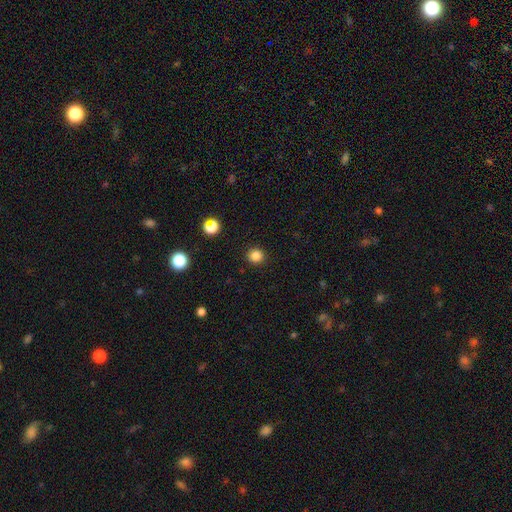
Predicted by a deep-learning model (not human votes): smooth_or_featured: smooth (p=0.84) [alt: star or artifact p=0.13]
how_rounded: round (p=0.89) [alt: in between p=0.11]
merging: none (p=0.91) [alt: minor disturbance p=0.05]